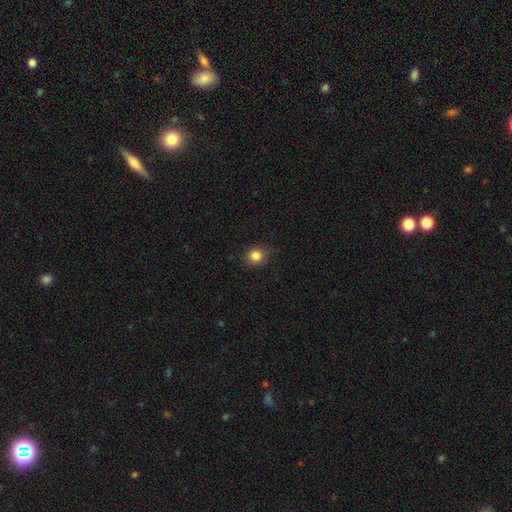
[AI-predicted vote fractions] Smooth or featured? Predicted: smooth (p=0.85). How rounded? Predicted: round (p=0.87). Merging? Predicted: none (p=0.85).